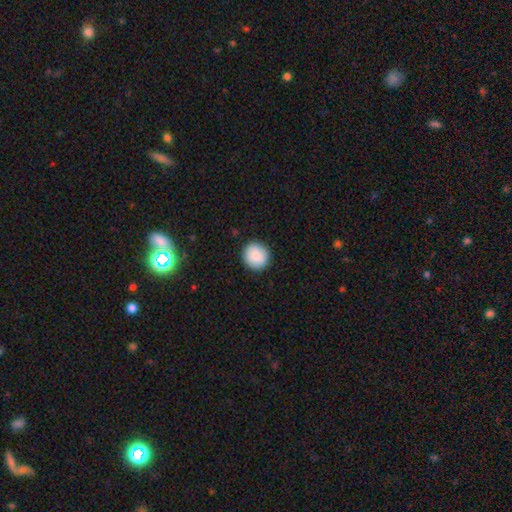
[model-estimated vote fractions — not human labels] A smooth galaxy with no disk features (88%) that is round (92%).

Vote fractions:
- Smooth or featured? smooth: 88% / star or artifact: 7% / featured or disk: 5%
- How rounded? round: 92% / in between: 7% / cigar-shaped: 1%
- Merging? none: 91% / minor disturbance: 6% / major disturbance: 2% / merger: 1%